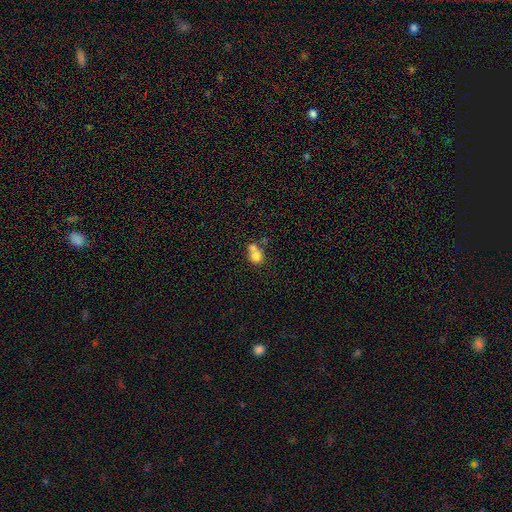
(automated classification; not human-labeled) smooth_or_featured: smooth (p=0.75) [alt: featured or disk p=0.14]
how_rounded: round (p=0.74) [alt: in between p=0.25]
merging: merger (p=0.58) [alt: none p=0.31]